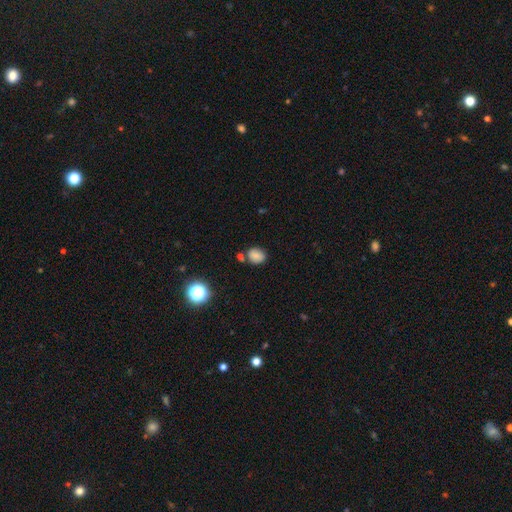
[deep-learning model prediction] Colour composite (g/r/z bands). It shows a smooth galaxy with no disk features (81%) that is round (50%). Merging: none (67%).